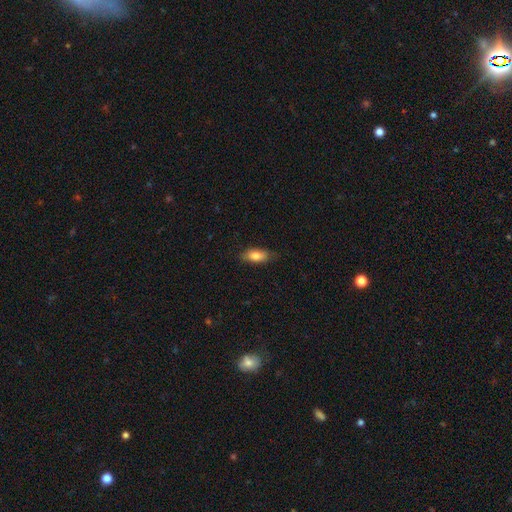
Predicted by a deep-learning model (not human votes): Morphology: type=smooth (79%); roundness=in between (82%); merging=none (77%).